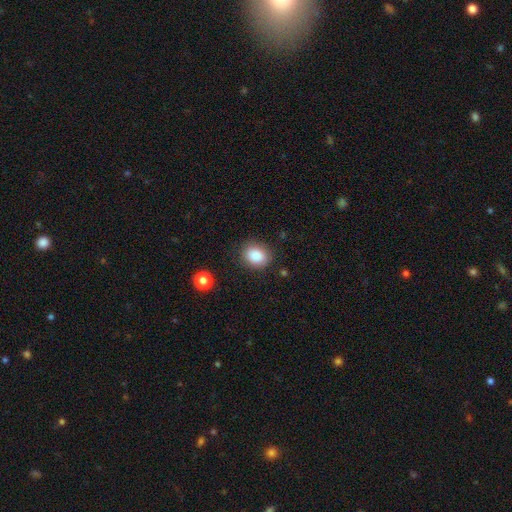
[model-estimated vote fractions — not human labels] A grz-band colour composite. It shows a smooth galaxy with no disk features (87%) that is round (56%). Merging: none (81%).